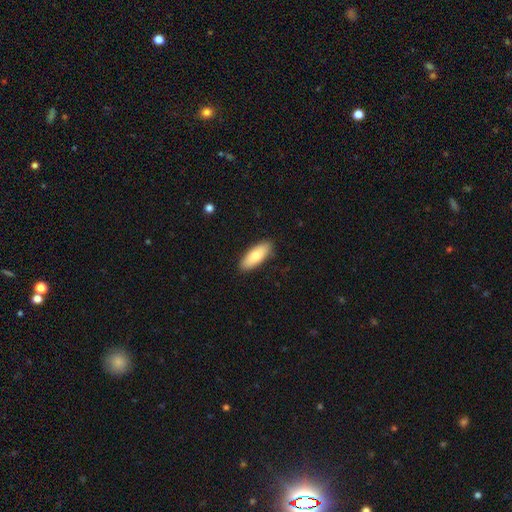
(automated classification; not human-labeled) Overall: smooth (80%). How rounded: in between (75%). Merging: none (89%).